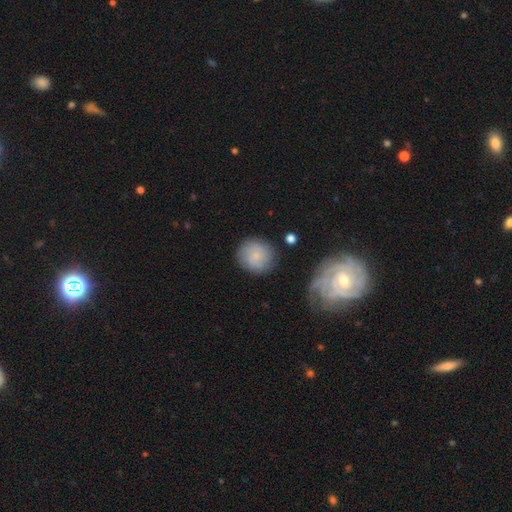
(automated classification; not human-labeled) smooth_or_featured: smooth (p=0.59) [alt: featured or disk p=0.32]
how_rounded: round (p=0.88) [alt: in between p=0.11]
merging: none (p=0.79) [alt: minor disturbance p=0.13]